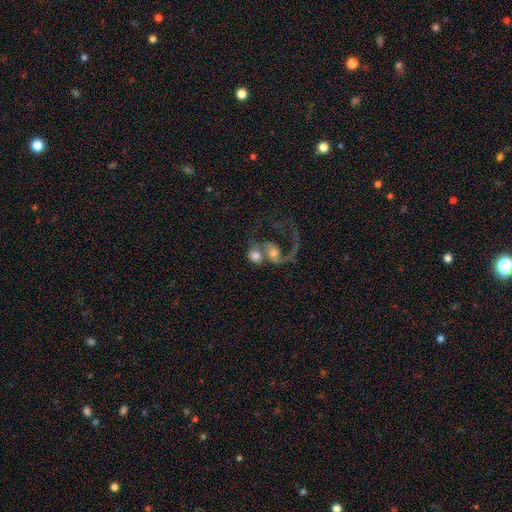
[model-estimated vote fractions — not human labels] Morphology: type=smooth (48%); merging=merger (66%).